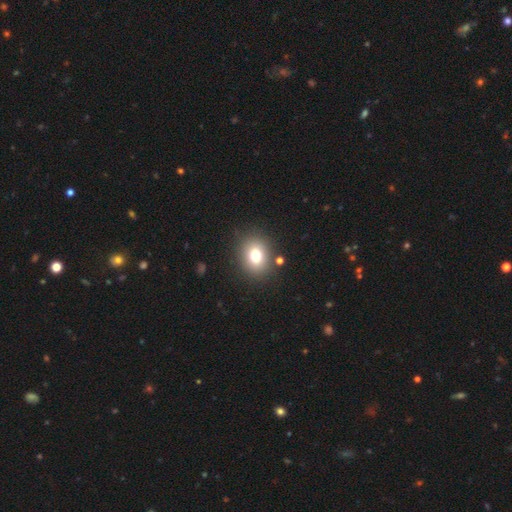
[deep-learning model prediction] smooth_or_featured: smooth (p=0.76) [alt: star or artifact p=0.12]
how_rounded: in between (p=0.51) [alt: round p=0.48]
merging: none (p=0.84) [alt: minor disturbance p=0.09]